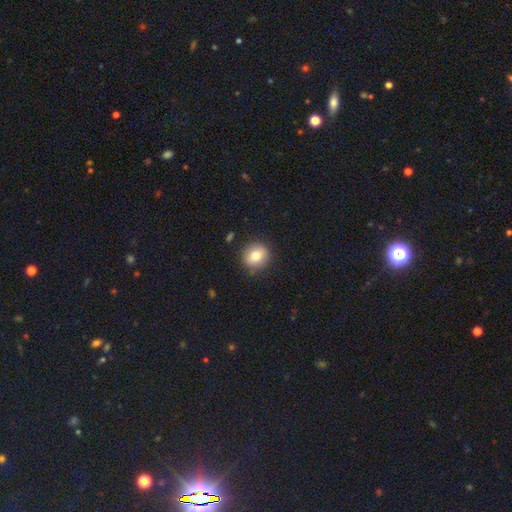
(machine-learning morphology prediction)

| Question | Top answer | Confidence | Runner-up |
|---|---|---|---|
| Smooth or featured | smooth | 80% | featured or disk (11%) |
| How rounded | round | 83% | in between (16%) |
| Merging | none | 87% | minor disturbance (9%) |